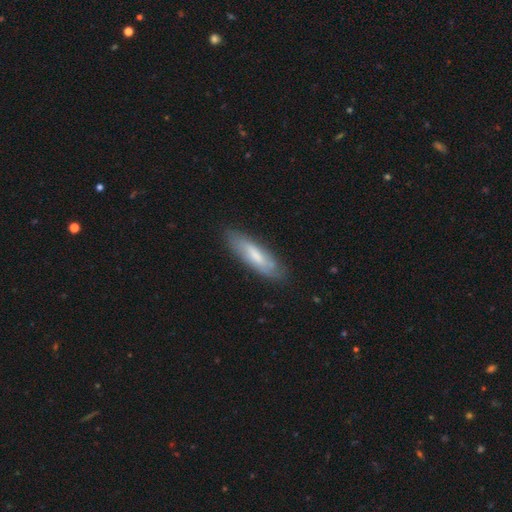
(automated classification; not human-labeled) smooth 59%, featured or disk 34%, star or artifact 6%. Down the decision tree: how rounded — cigar-shaped (64%); merging — none (77%).